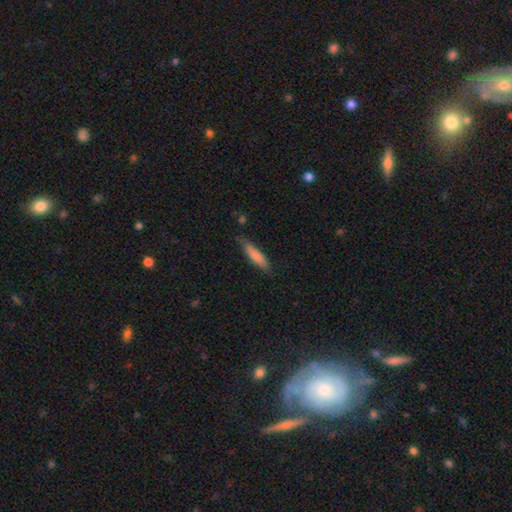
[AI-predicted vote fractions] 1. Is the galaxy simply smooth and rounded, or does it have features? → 82% smooth, 13% featured or disk, 6% star or artifact.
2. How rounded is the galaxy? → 75% cigar-shaped, 24% in between, 1% round.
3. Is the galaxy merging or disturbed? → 74% none, 21% minor disturbance, 4% major disturbance, 2% merger.